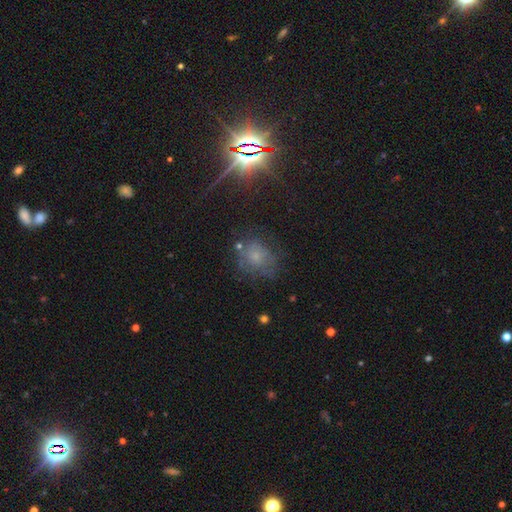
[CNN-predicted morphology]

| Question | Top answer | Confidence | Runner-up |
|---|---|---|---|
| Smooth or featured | smooth | 41% | star or artifact (32%) |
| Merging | none | 62% | minor disturbance (21%) |